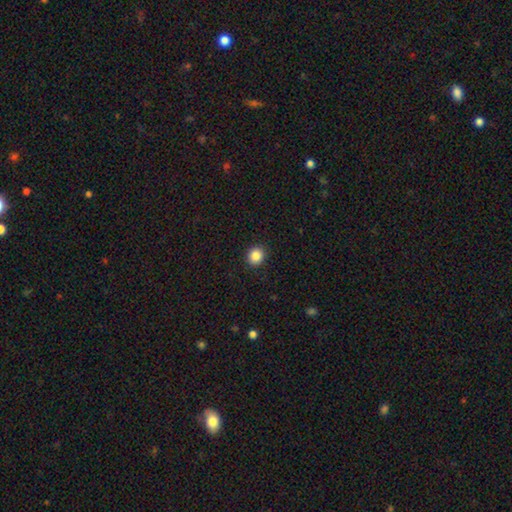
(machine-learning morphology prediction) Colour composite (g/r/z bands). It shows a smooth galaxy with no disk features (86%) that is round (85%). Merging: none (92%).